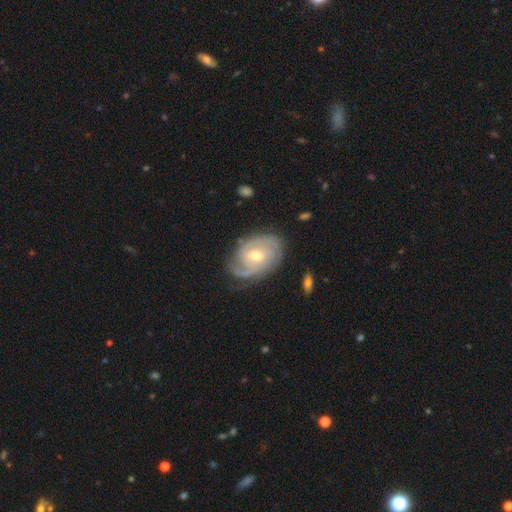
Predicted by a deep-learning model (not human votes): Smooth or featured? Predicted: featured or disk (p=0.86). Edge-on disk? Predicted: no (p=0.97). Bar? Predicted: weak (p=0.50). Spiral arms? Predicted: yes (p=0.96). Spiral winding? Predicted: tight (p=0.60). Spiral arm count? Predicted: 2 (p=0.41). Bulge size? Predicted: moderate (p=0.55). Merging? Predicted: none (p=0.73).